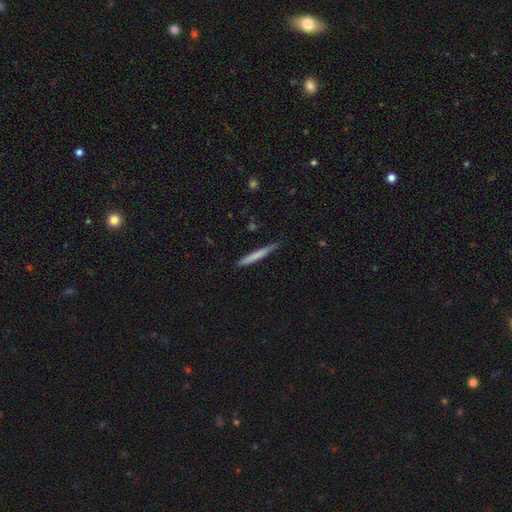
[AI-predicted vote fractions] The model was most divided on "smooth or featured": smooth: 68%, featured or disk: 26%, star or artifact: 6%. More confident: how rounded — cigar-shaped (97%); merging — none (81%).